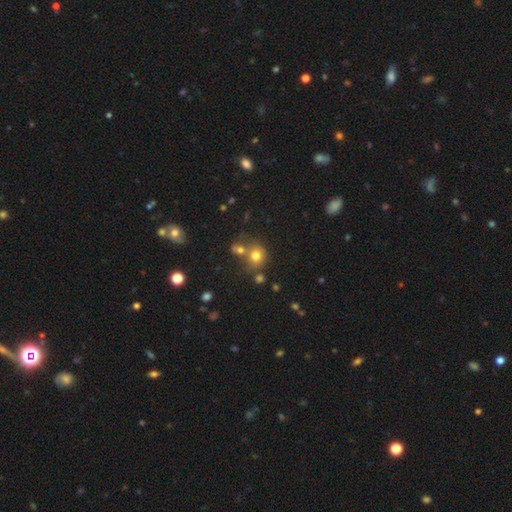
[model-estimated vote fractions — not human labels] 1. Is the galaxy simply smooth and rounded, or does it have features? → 75% smooth, 15% star or artifact, 10% featured or disk.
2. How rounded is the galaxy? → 80% round, 19% in between, 1% cigar-shaped.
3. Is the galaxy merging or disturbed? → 57% none, 28% merger, 11% minor disturbance, 5% major disturbance.